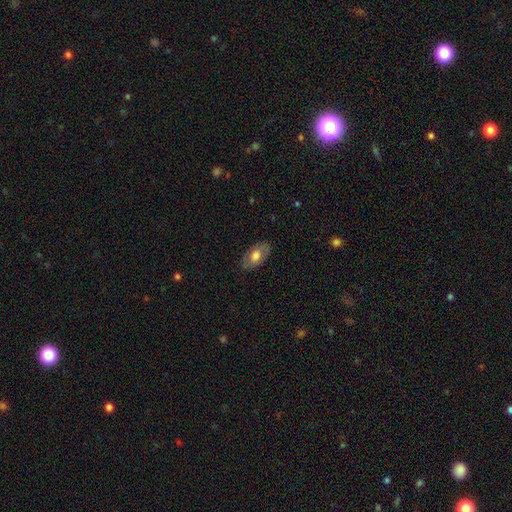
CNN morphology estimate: The model was most divided on "smooth or featured": smooth: 63%, featured or disk: 30%, star or artifact: 6%. More confident: how rounded — in between (92%); merging — none (80%).